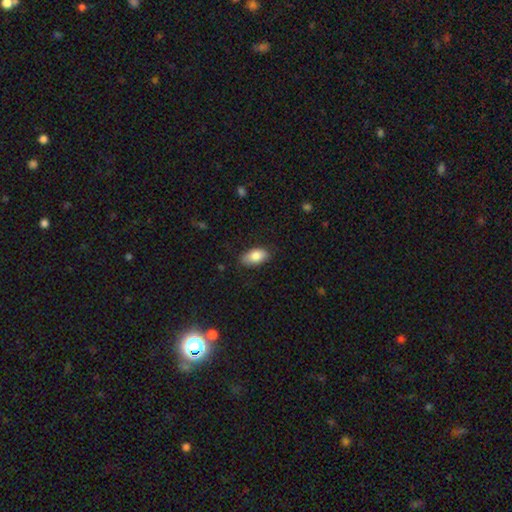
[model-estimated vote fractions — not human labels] Smooth or featured? smooth (85%)
How rounded? in between (93%)
Merging? none (80%)